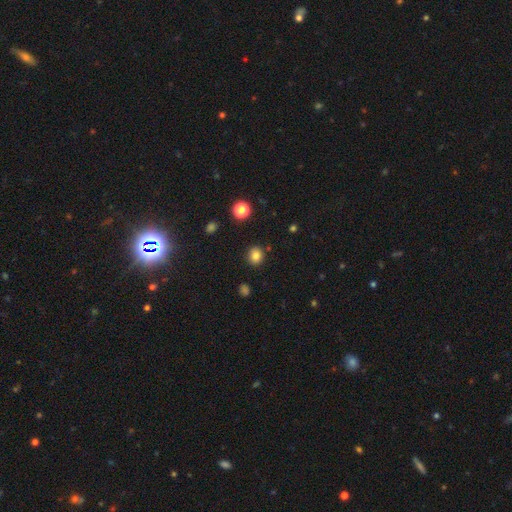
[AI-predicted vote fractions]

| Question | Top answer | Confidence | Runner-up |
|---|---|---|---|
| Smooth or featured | smooth | 83% | star or artifact (12%) |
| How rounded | round | 79% | in between (20%) |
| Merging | none | 88% | minor disturbance (8%) |